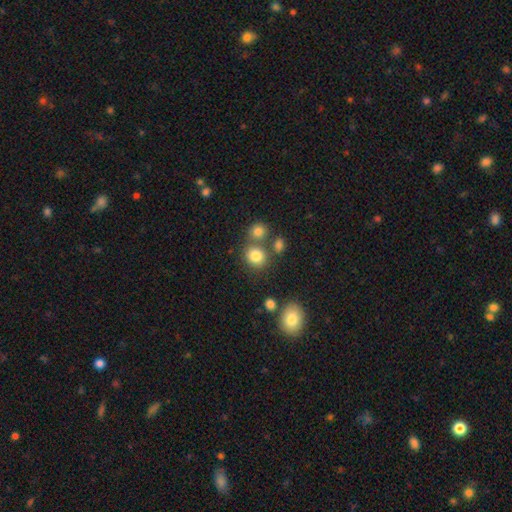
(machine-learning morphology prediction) Q: Smooth or featured?
A: smooth (80%); runner-up: star or artifact (13%)
Q: How rounded?
A: round (79%); runner-up: in between (20%)
Q: Merging?
A: none (65%); runner-up: merger (20%)